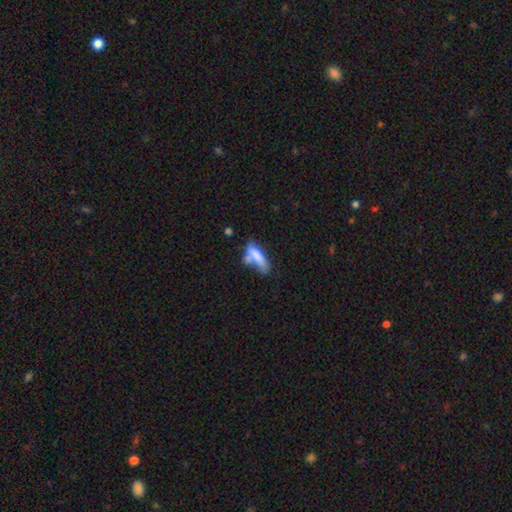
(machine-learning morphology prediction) Overall: smooth (72%). How rounded: cigar-shaped (51%; in between 47%). Merging: none (33%; merger 28%).